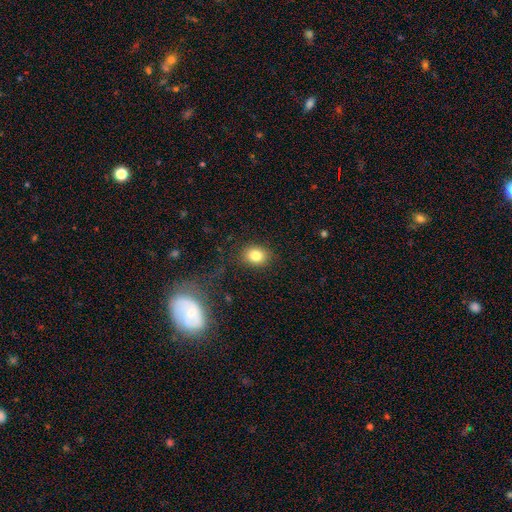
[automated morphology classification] smooth_or_featured: smooth (p=0.82) [alt: star or artifact p=0.11]
how_rounded: round (p=0.55) [alt: in between p=0.44]
merging: none (p=0.86) [alt: minor disturbance p=0.09]